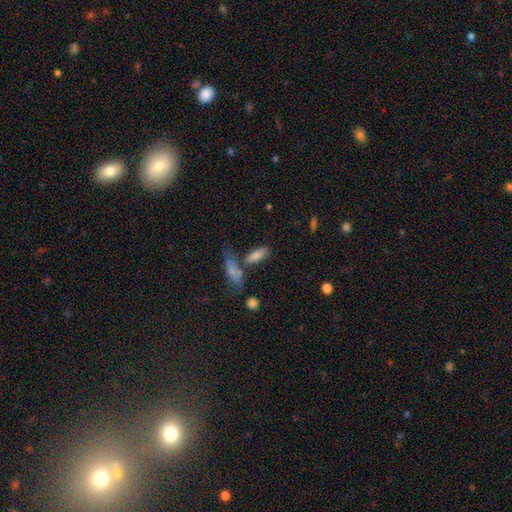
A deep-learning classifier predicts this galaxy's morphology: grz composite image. It shows a smooth galaxy with no disk features (75%) that is in between round and cigar-shaped (66%). Merging: none (56%).